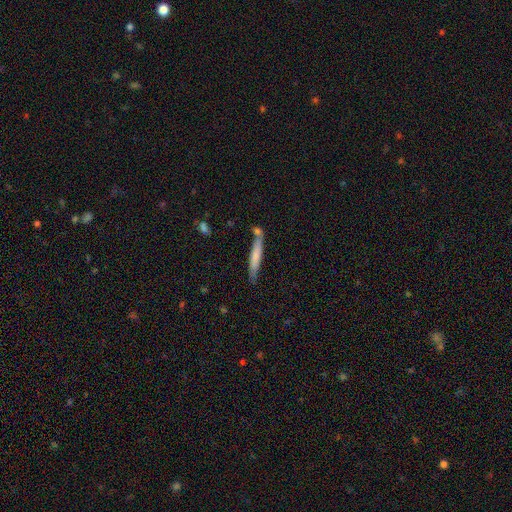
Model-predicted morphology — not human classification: smooth 64%, featured or disk 30%, star or artifact 6%. Down the decision tree: how rounded — cigar-shaped (93%); merging — none (69%).